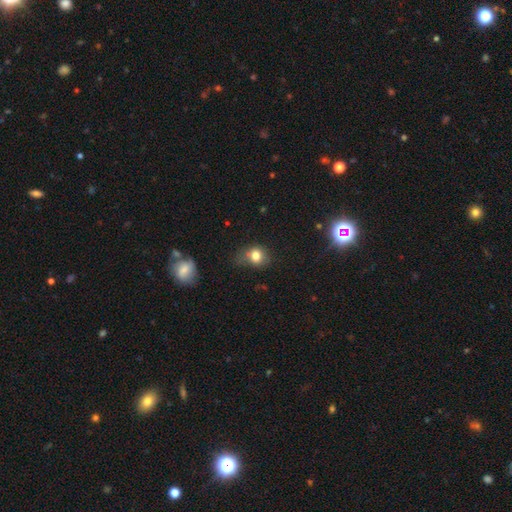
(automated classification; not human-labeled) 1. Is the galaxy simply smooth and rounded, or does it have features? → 77% smooth, 12% star or artifact, 11% featured or disk.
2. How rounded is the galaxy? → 59% round, 40% in between, 1% cigar-shaped.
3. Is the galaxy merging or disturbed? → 46% none, 33% minor disturbance, 16% major disturbance, 4% merger.